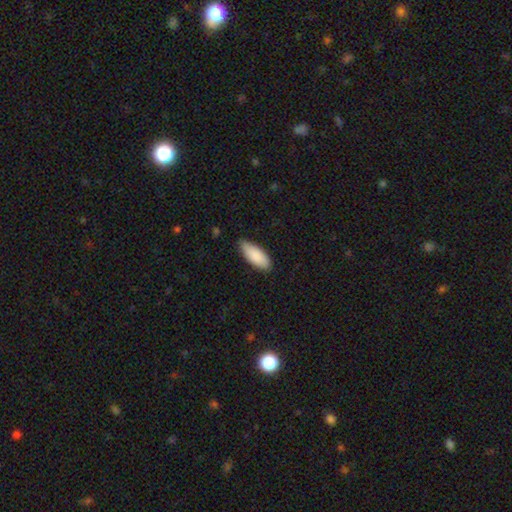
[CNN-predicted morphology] Smooth or featured? Predicted: smooth (p=0.88). How rounded? Predicted: in between (p=0.78). Merging? Predicted: none (p=0.79).